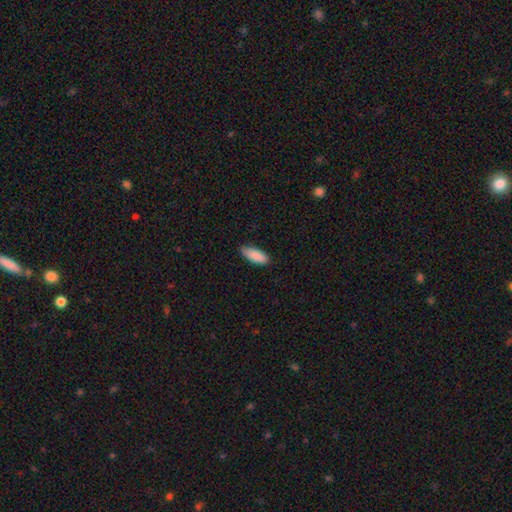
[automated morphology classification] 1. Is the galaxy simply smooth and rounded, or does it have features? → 89% smooth, 6% star or artifact, 5% featured or disk.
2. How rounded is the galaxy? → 75% in between, 23% cigar-shaped, 2% round.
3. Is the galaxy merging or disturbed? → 83% none, 14% minor disturbance, 2% major disturbance, 1% merger.